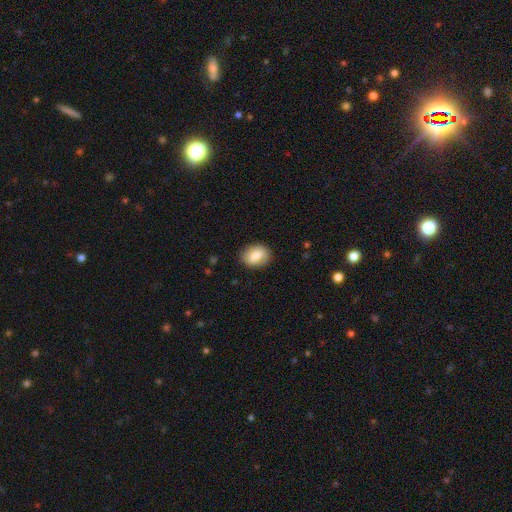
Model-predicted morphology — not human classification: type=smooth (82%); roundness=in between (76%); merging=none (84%).